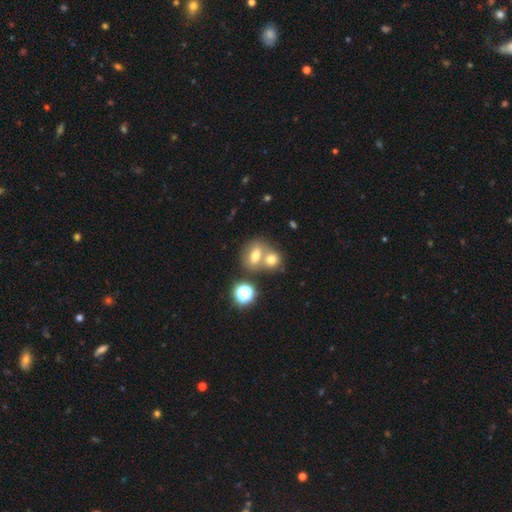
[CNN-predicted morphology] Smooth or featured? Predicted: smooth (p=0.65). How rounded? Predicted: in between (p=0.53). Merging? Predicted: merger (p=0.50).